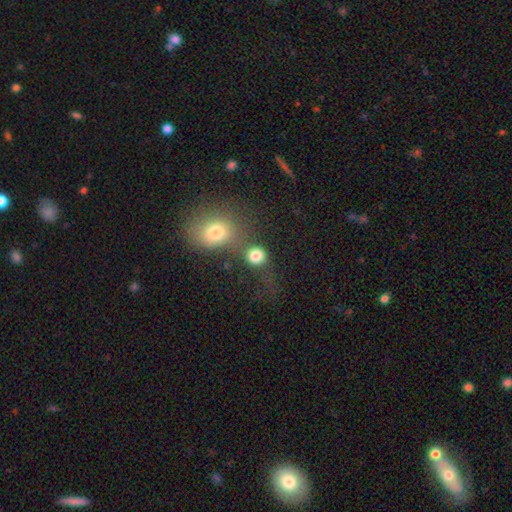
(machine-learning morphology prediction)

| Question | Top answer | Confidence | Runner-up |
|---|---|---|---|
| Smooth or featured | smooth | 81% | star or artifact (11%) |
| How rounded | round | 84% | in between (15%) |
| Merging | none | 50% | merger (30%) |